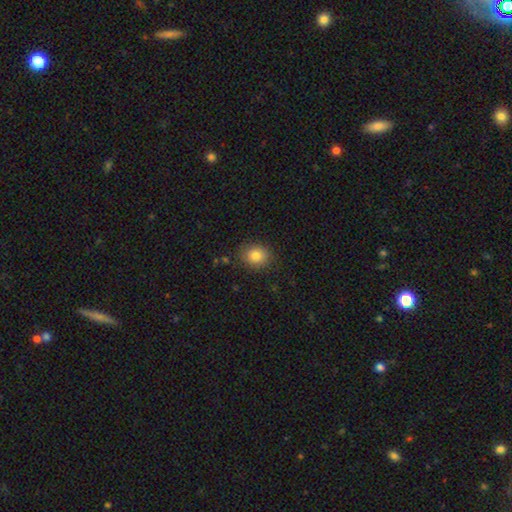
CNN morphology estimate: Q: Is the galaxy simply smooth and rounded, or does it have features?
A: smooth — 83%.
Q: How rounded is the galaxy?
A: round — 68%.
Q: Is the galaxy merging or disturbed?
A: none — 86%.